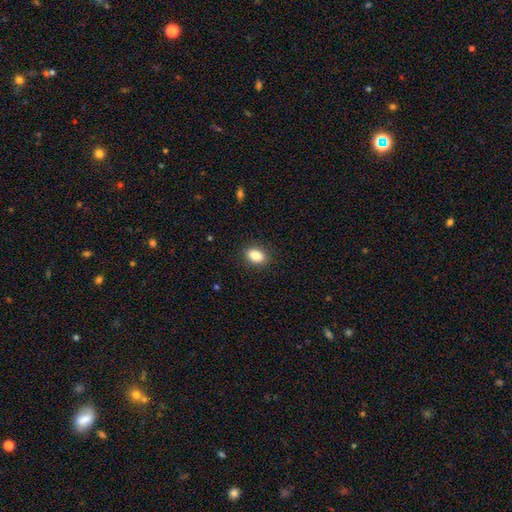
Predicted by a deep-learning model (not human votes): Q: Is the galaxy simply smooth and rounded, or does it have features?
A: smooth — 86%.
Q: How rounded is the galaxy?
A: in between — 81%.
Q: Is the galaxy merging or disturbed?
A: none — 88%.